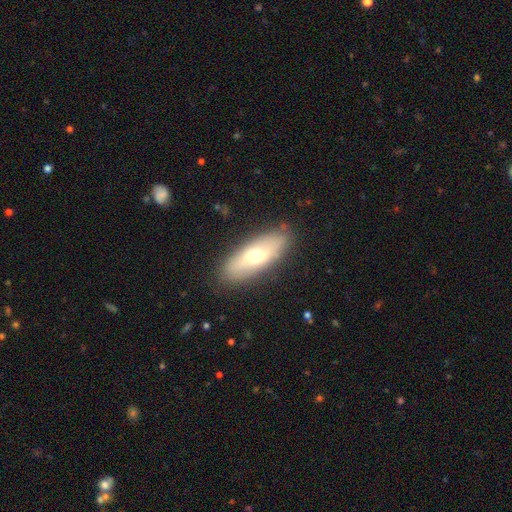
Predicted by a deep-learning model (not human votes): This appears to be a smooth galaxy with no disk features (55%) that is in between round and cigar-shaped (67%). Merging: none (86%).